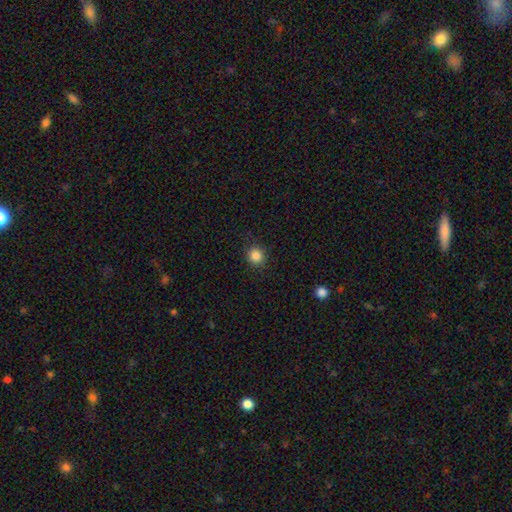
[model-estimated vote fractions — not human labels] Overall: smooth (86%). How rounded: round (91%). Merging: none (89%).